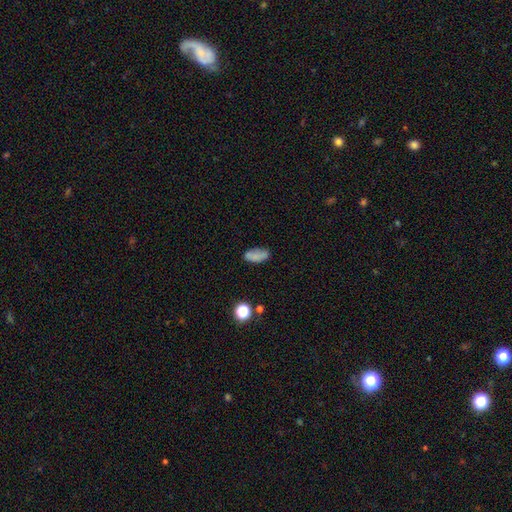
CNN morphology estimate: Smooth or featured?
  - smooth: 77% *
  - featured or disk: 12%
  - star or artifact: 11%
How rounded?
  - in between: 89% *
  - cigar-shaped: 7%
  - round: 4%
Merging?
  - none: 70% *
  - minor disturbance: 21%
  - major disturbance: 6%
  - merger: 3%